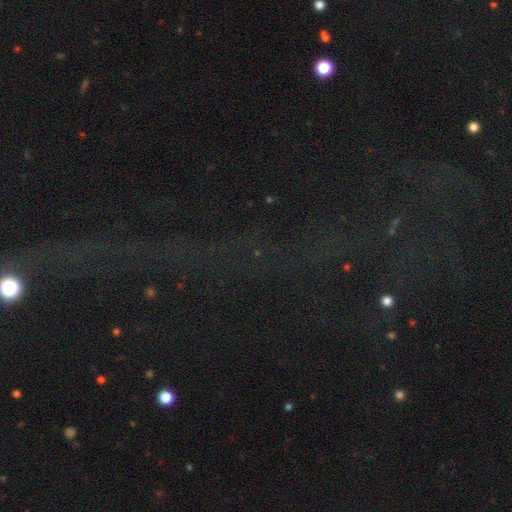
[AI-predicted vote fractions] A star or artifact, not a galaxy (73%).